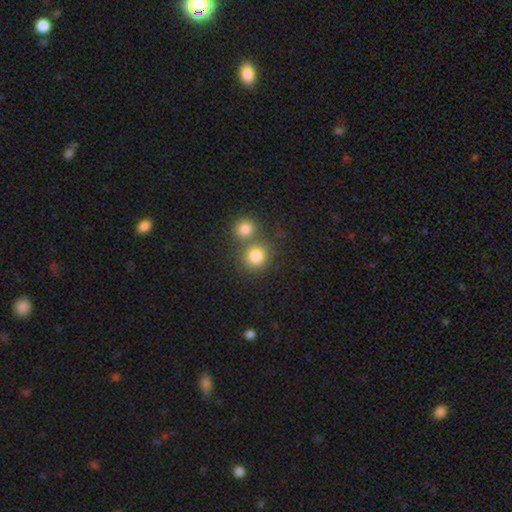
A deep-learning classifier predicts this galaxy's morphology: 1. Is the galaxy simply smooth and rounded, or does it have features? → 82% smooth, 11% star or artifact, 7% featured or disk.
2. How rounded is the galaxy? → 89% round, 10% in between, 1% cigar-shaped.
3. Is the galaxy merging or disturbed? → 57% none, 32% merger, 7% minor disturbance, 3% major disturbance.